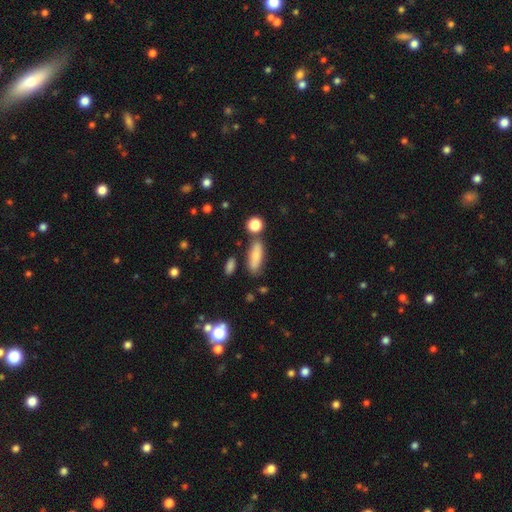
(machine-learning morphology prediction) Smooth or featured? Predicted: smooth (p=0.77). How rounded? Predicted: in between (p=0.61). Merging? Predicted: none (p=0.71).